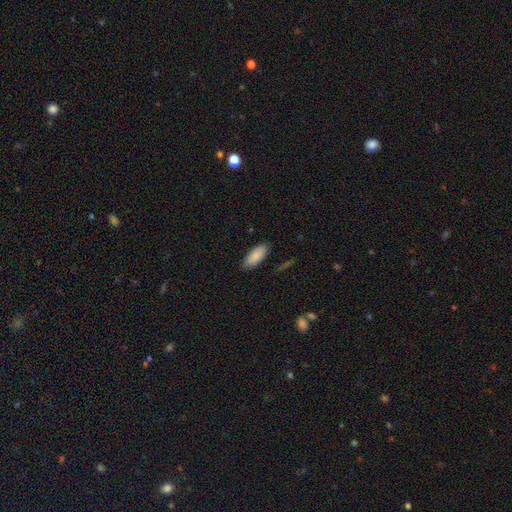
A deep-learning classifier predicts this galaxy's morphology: A smooth galaxy with no disk features (88%) that is in between round and cigar-shaped (83%). Merging: none (86%).